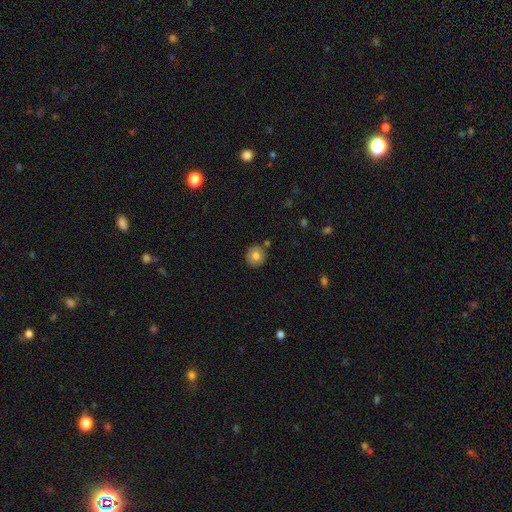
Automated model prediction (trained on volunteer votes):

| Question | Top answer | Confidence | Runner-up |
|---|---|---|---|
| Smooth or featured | smooth | 75% | featured or disk (16%) |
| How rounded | round | 88% | in between (11%) |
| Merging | none | 80% | minor disturbance (11%) |